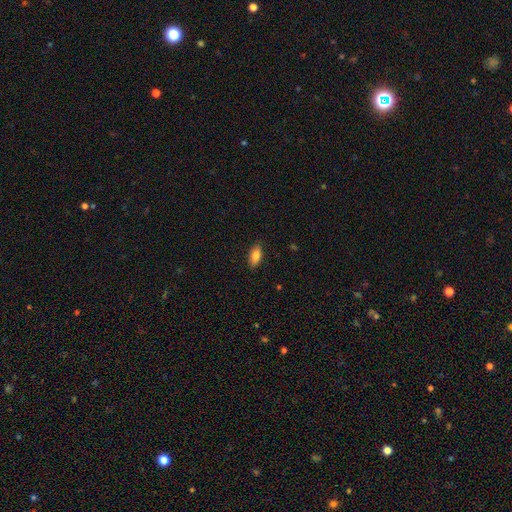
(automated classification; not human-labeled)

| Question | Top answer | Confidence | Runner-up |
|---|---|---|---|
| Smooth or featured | smooth | 81% | featured or disk (12%) |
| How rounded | in between | 84% | cigar-shaped (14%) |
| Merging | none | 88% | minor disturbance (10%) |